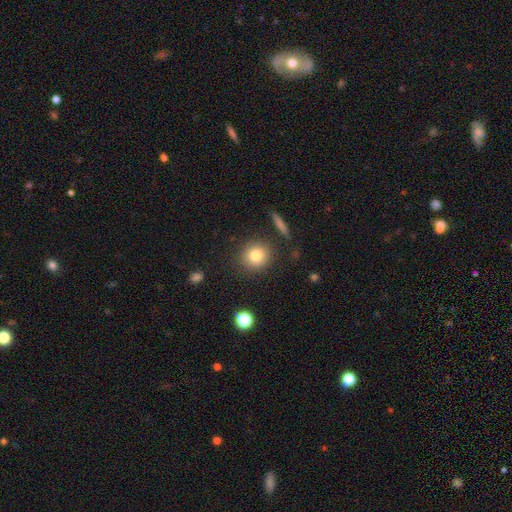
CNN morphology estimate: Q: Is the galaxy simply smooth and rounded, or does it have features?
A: smooth — 80%.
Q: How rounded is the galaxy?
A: round — 88%.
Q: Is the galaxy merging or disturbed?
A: none — 86%.